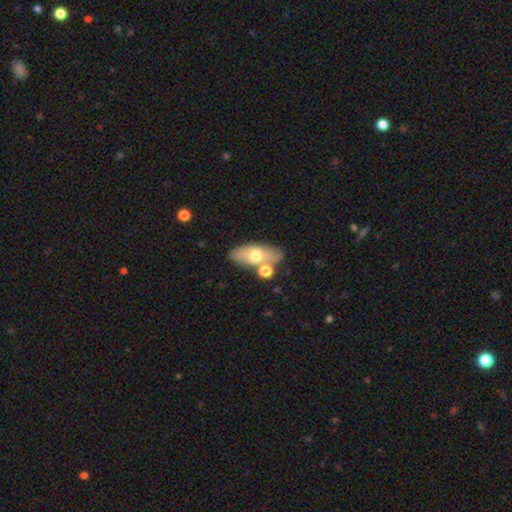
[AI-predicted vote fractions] A smooth galaxy with no disk features (59%) that is in between round and cigar-shaped (80%). Merging: none (64%).